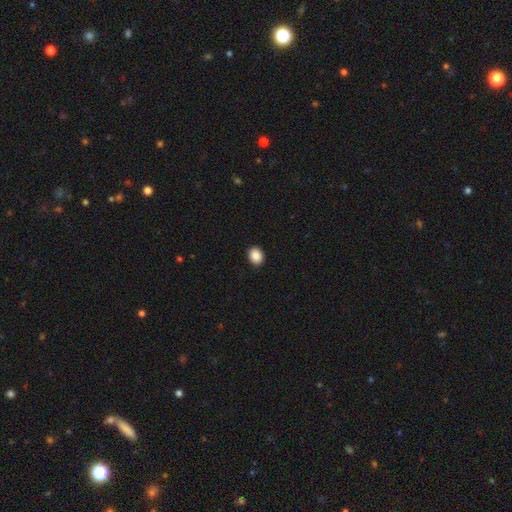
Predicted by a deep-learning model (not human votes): smooth 89%, star or artifact 8%, featured or disk 3%. Down the decision tree: how rounded — round (51%); merging — none (92%).